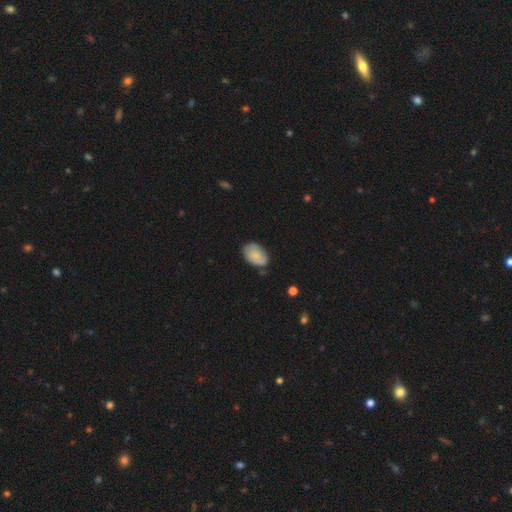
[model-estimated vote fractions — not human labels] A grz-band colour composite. It shows a smooth galaxy with no disk features (79%) that is in between round and cigar-shaped (90%). Merging: none (68%).